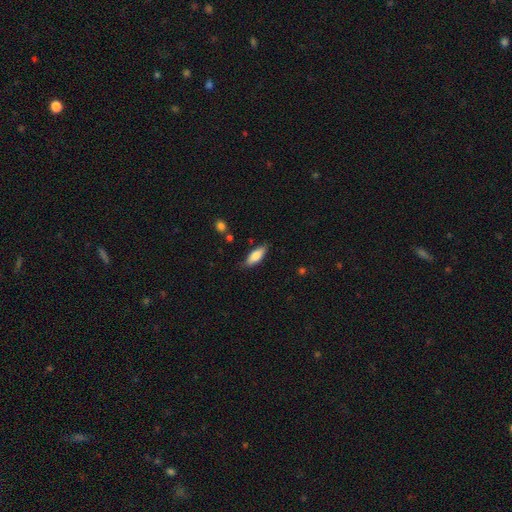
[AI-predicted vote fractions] smooth-or-featured: smooth: 79% | featured or disk: 15% | star or artifact: 6%
  how-rounded: in between: 68% | cigar-shaped: 30% | round: 2%
  merging: none: 81% | minor disturbance: 15% | major disturbance: 3% | merger: 2%